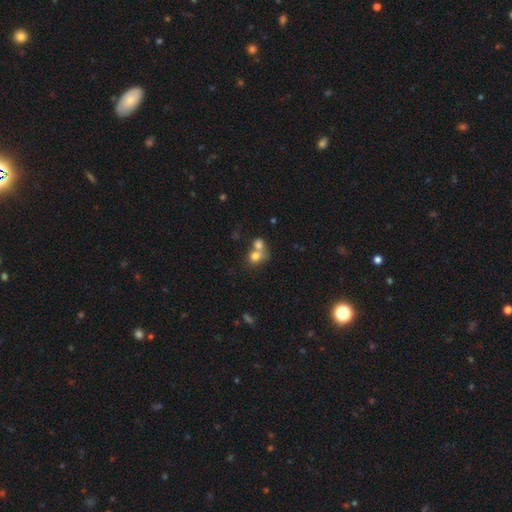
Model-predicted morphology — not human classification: Overall: smooth (74%). How rounded: round (70%). Merging: merger (61%; none 29%).